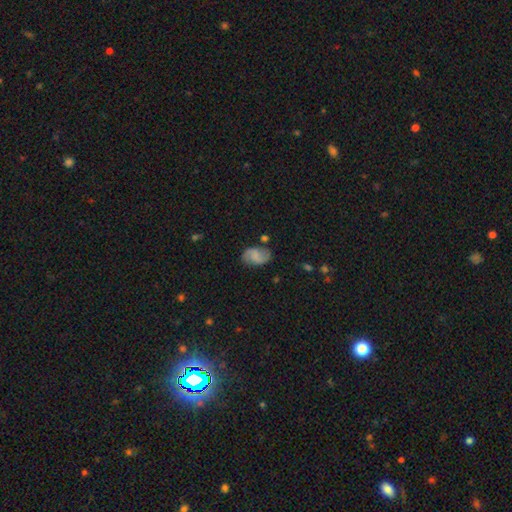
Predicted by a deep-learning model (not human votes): This is possibly a featured or disk galaxy (49%). Merging: likely none (72%).